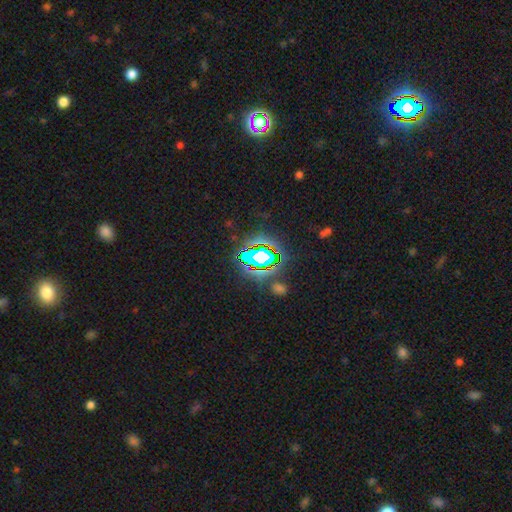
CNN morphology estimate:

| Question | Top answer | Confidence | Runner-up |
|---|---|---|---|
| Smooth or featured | star or artifact | 80% | smooth (12%) |